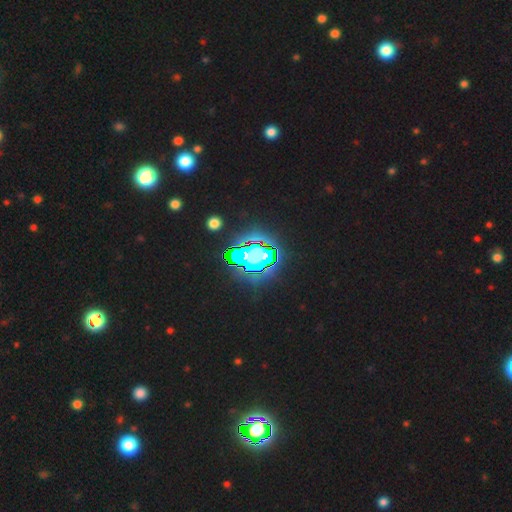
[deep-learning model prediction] smooth_or_featured: star or artifact (p=0.63) [alt: smooth p=0.19]